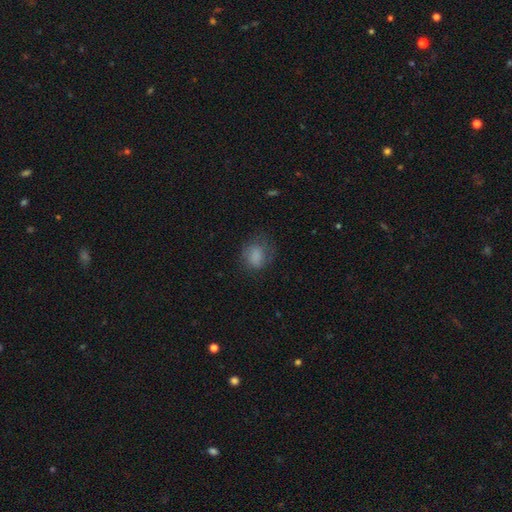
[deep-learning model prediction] Overall: smooth (78%). How rounded: round (56%; in between 43%). Merging: none (58%; minor disturbance 25%).